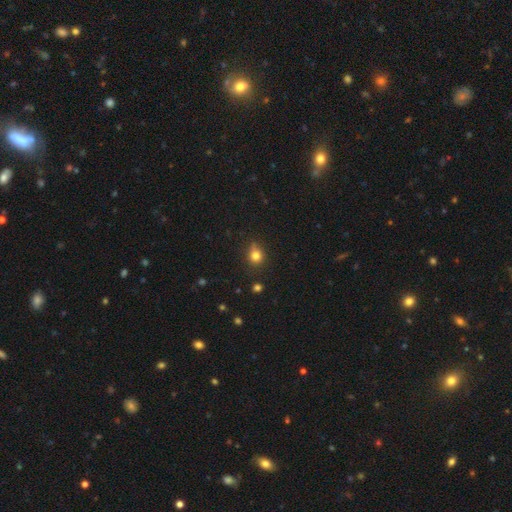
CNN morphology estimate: This is likely a smooth galaxy (79%). How rounded: likely round (71%). Merging: likely none (63%).